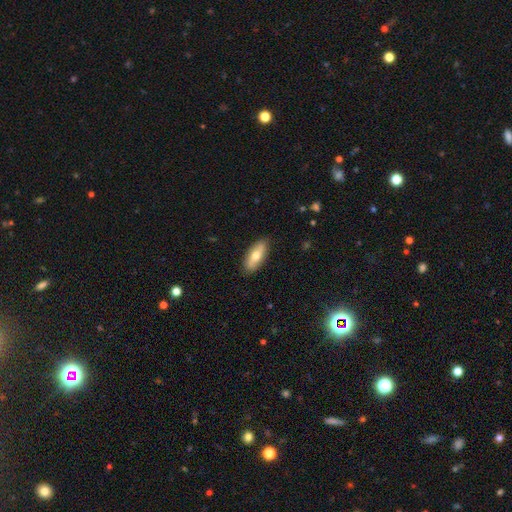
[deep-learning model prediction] Smooth or featured? Predicted: smooth (p=0.69). How rounded? Predicted: in between (p=0.75). Merging? Predicted: none (p=0.87).